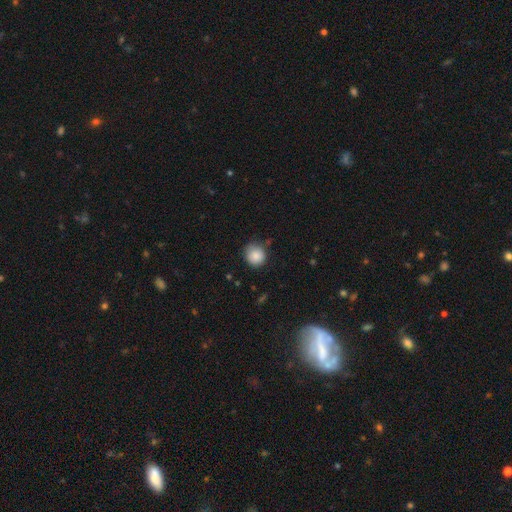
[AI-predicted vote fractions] This appears to be a smooth galaxy with no disk features (87%) that is round (90%). Merging: none (75%).